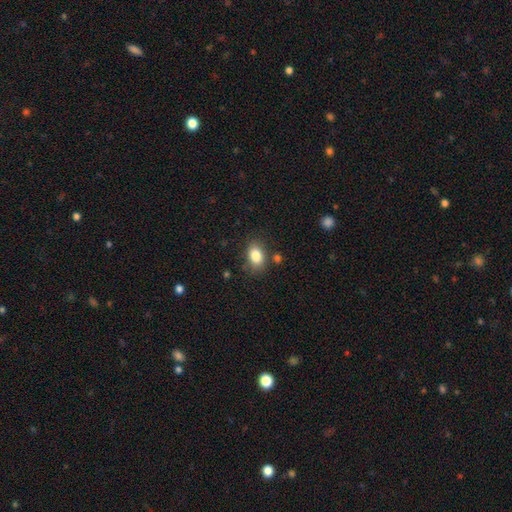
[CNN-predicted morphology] Smooth or featured? Predicted: smooth (p=0.85). How rounded? Predicted: in between (p=0.83). Merging? Predicted: none (p=0.79).